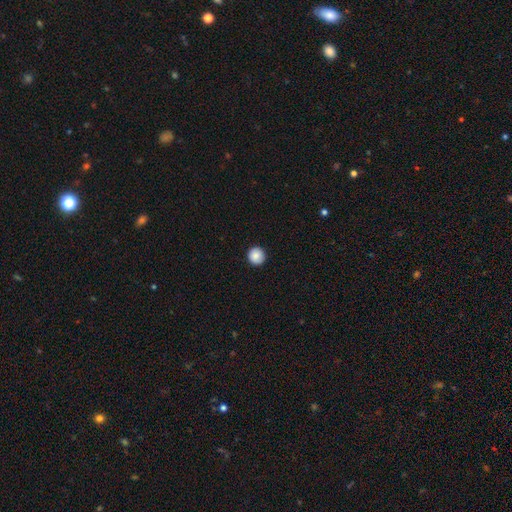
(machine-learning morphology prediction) Smooth or featured? smooth (87%)
How rounded? round (95%)
Merging? none (92%)